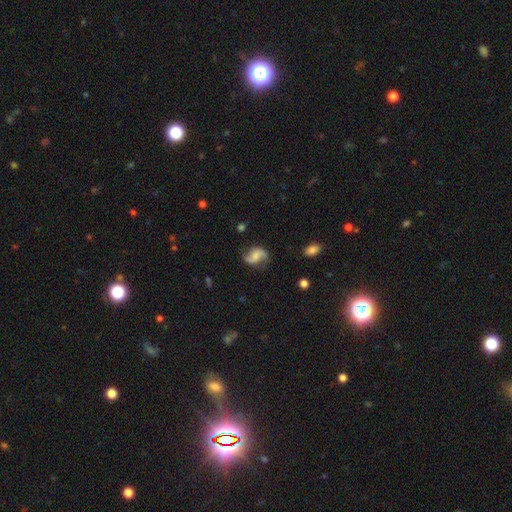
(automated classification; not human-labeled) Smooth or featured: featured or disk — 71% (smooth — 21%)
Edge-on disk: no — 97% (yes — 3%)
Bar: no — 53% (weak — 36%)
Spiral arms: yes — 95% (no — 5%)
Spiral winding: loose — 59% (medium — 31%)
Spiral arm count: 2 — 90% (can't tell — 3%)
Bulge size: small — 38% (moderate — 30%)
Merging: none — 71% (minor disturbance — 20%)